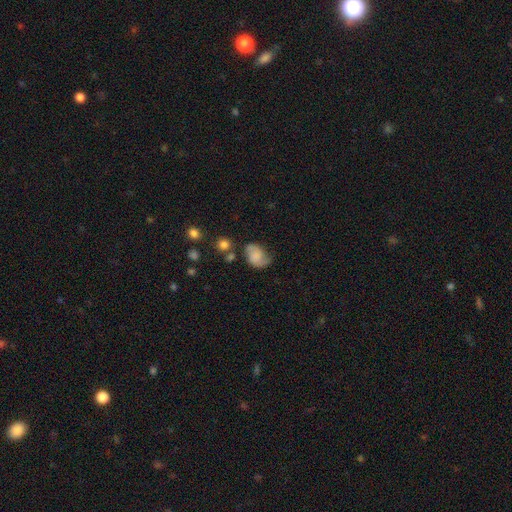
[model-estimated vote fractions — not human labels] Smooth or featured? Predicted: smooth (p=0.50). How rounded? Predicted: in between (p=0.72). Merging? Predicted: none (p=0.49).